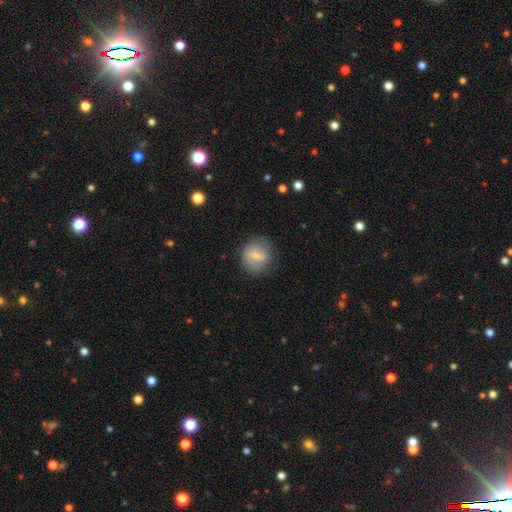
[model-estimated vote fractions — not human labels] Morphology: type=smooth (58%); roundness=round (72%); merging=none (75%).